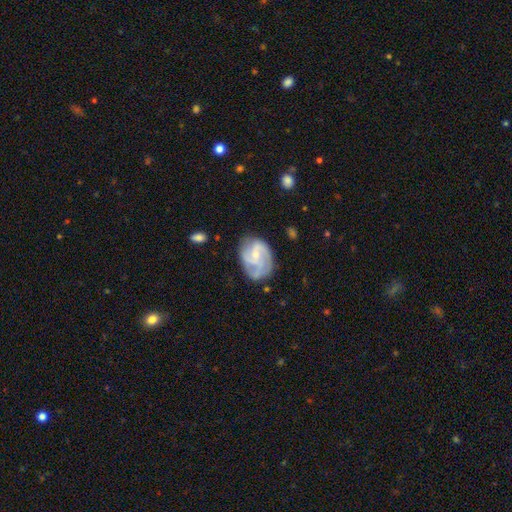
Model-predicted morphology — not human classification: This is likely a featured or disk galaxy (74%). It is clearly not viewed edge-on (98%). Bar: possibly no (51%). Spiral arm pattern: clearly yes (91%). Spiral arm count: marginally 3 (37%). Spiral winding: marginally medium (45%). Central bulge: likely small (63%). Merging: likely none (61%).